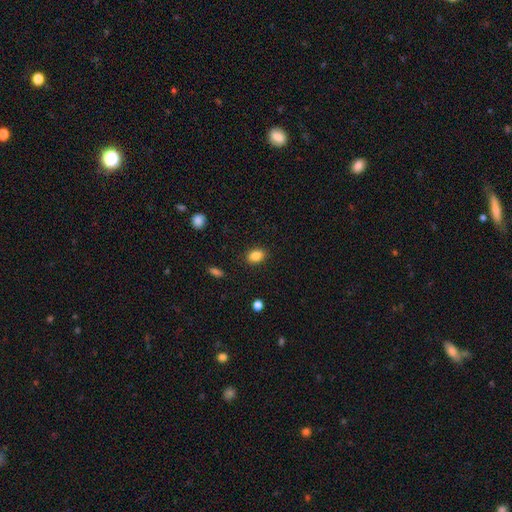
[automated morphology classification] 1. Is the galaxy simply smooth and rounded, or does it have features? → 85% smooth, 9% star or artifact, 6% featured or disk.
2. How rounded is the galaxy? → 73% in between, 26% round, 1% cigar-shaped.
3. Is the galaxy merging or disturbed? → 88% none, 9% minor disturbance, 2% major disturbance, 1% merger.